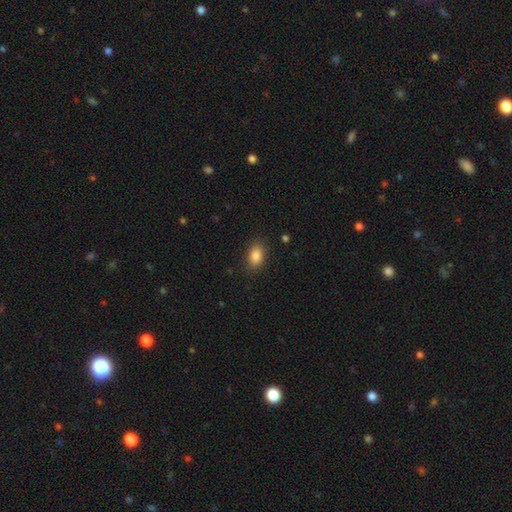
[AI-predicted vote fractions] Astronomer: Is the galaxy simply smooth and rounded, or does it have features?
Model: smooth — 87%.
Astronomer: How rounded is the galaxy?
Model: in between — 85%.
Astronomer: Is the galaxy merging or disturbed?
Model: none — 87%.